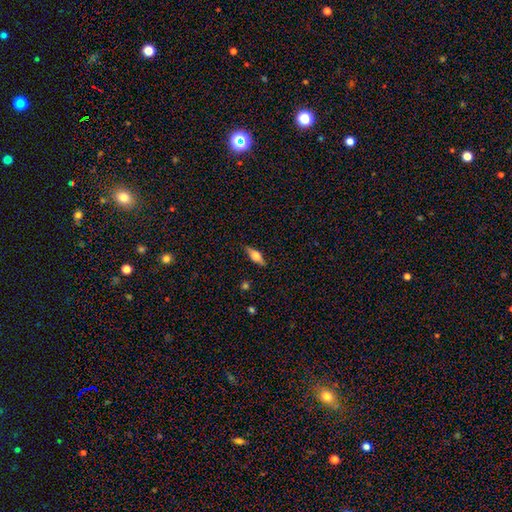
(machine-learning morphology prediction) The model was most divided on "smooth or featured": smooth: 54%, featured or disk: 38%, star or artifact: 7%. More confident: merging — none (85%); how rounded — in between (60%).